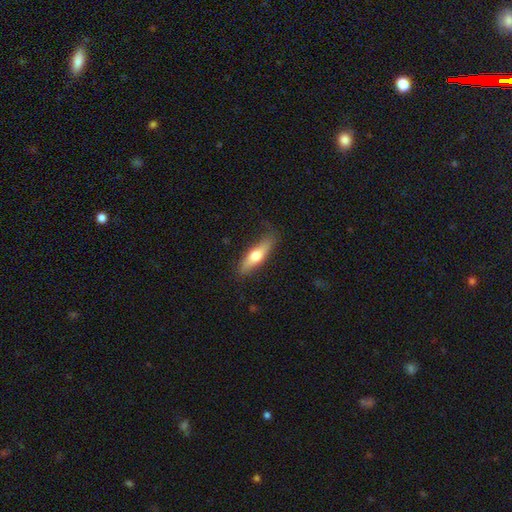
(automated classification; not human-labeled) Overall: smooth (61%; featured or disk 34%). How rounded: cigar-shaped (62%; in between 35%). Merging: none (75%).